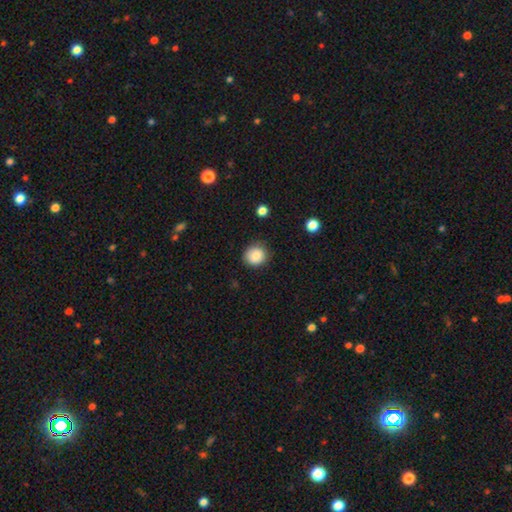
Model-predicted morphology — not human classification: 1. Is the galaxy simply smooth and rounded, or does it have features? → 85% smooth, 9% star or artifact, 5% featured or disk.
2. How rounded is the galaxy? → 88% round, 11% in between, 1% cigar-shaped.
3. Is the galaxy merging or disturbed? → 84% none, 12% minor disturbance, 3% major disturbance, 1% merger.